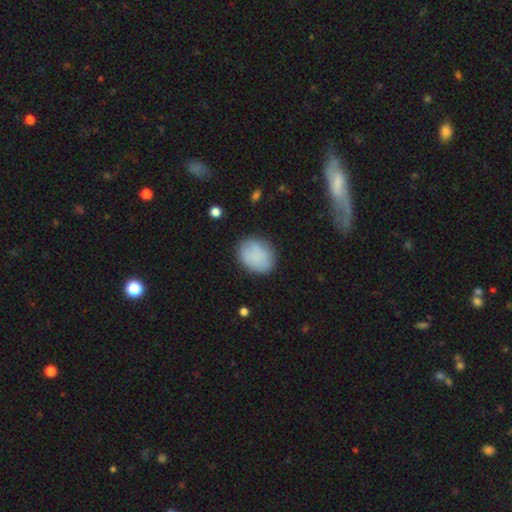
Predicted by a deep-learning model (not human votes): This appears to be a smooth galaxy with no disk features (85%) that is round (52%). Merging: none (79%).